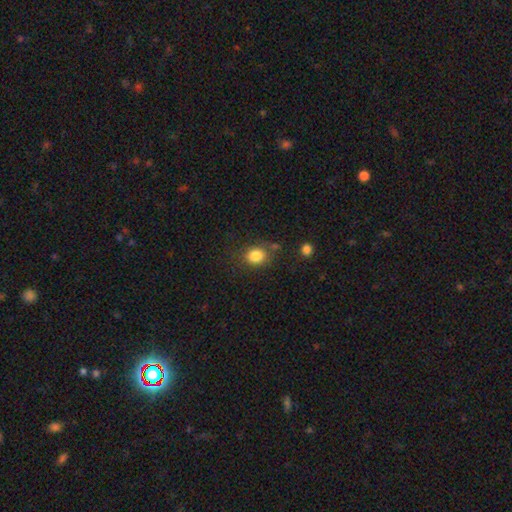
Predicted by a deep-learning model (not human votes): This is clearly a smooth galaxy (84%). How rounded: likely round (63%). Merging: likely none (73%).